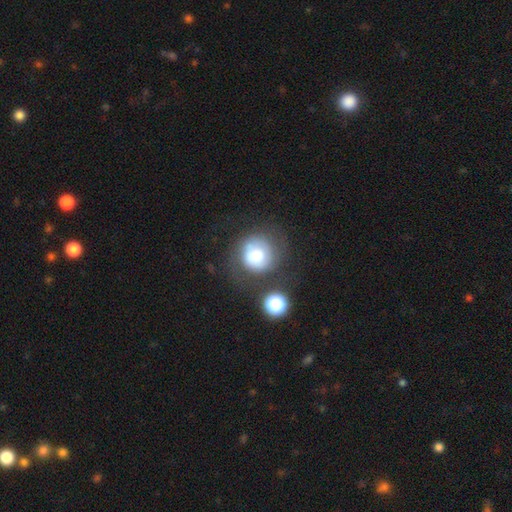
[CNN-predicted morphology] Q: Smooth or featured?
A: smooth (60%); runner-up: featured or disk (29%)
Q: How rounded?
A: round (88%); runner-up: in between (11%)
Q: Merging?
A: none (55%); runner-up: minor disturbance (21%)